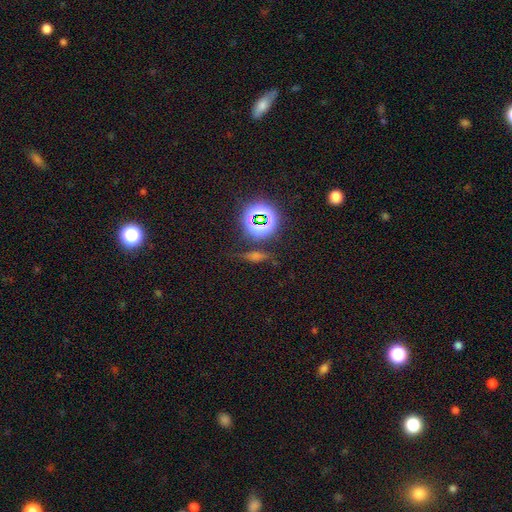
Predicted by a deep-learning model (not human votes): A star or artifact, not a galaxy (46%).

Vote fractions:
- Smooth or featured? star or artifact: 46% / smooth: 33% / featured or disk: 21%